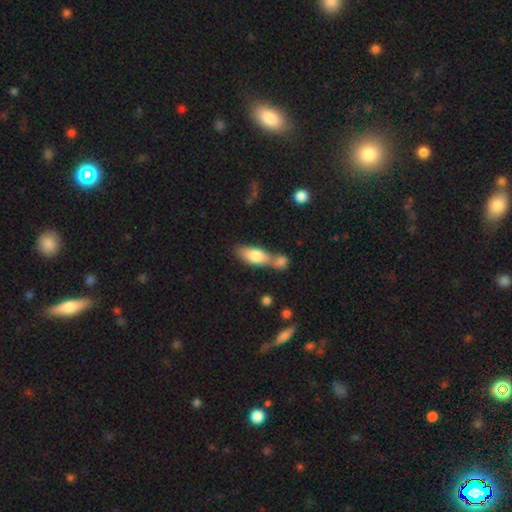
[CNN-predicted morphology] This appears to be a smooth galaxy with no disk features (75%) that is in between round and cigar-shaped (77%). Merging: merger (49%).